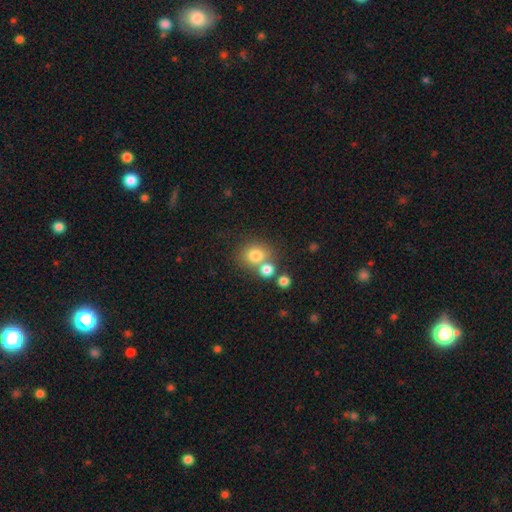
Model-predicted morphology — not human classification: This is likely a smooth galaxy (78%). How rounded: likely round (75%). Merging: possibly none (53%).